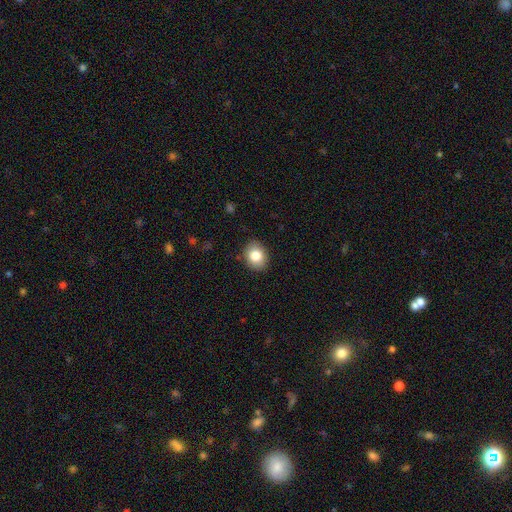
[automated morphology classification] Smooth or featured: smooth — 82% (featured or disk — 9%)
How rounded: round — 54% (in between — 45%)
Merging: none — 88% (minor disturbance — 9%)